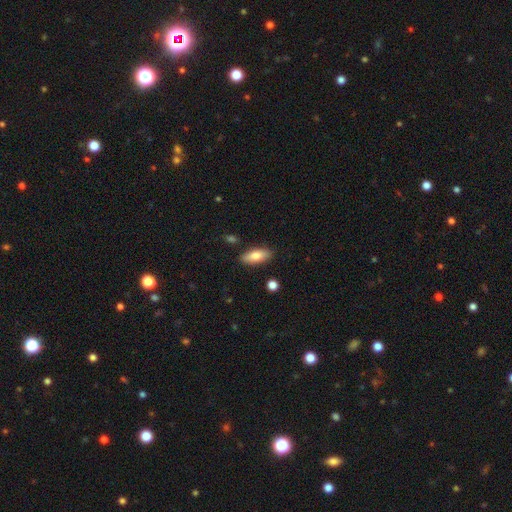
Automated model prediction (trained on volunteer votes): A smooth galaxy with no disk features (78%) that is in between round and cigar-shaped (79%).

Vote fractions:
- Smooth or featured? smooth: 78% / featured or disk: 16% / star or artifact: 6%
- How rounded? in between: 79% / cigar-shaped: 18% / round: 2%
- Merging? none: 86% / minor disturbance: 10% / merger: 2% / major disturbance: 2%